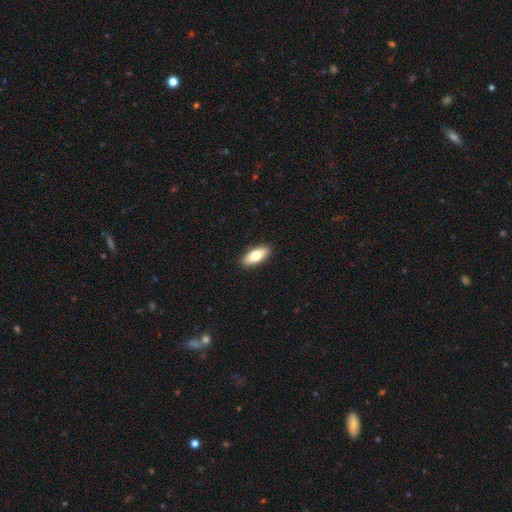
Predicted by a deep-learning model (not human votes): Smooth or featured: smooth — 74% (featured or disk — 20%)
How rounded: in between — 79% (cigar-shaped — 18%)
Merging: none — 91% (minor disturbance — 7%)